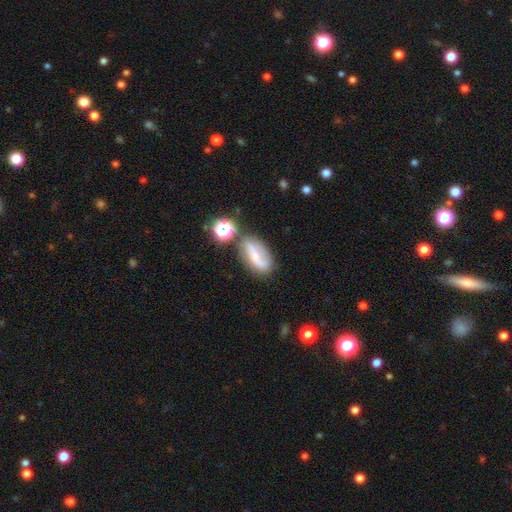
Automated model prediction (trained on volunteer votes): This appears to be a featured or disk galaxy (54%). Merging: none (61%).